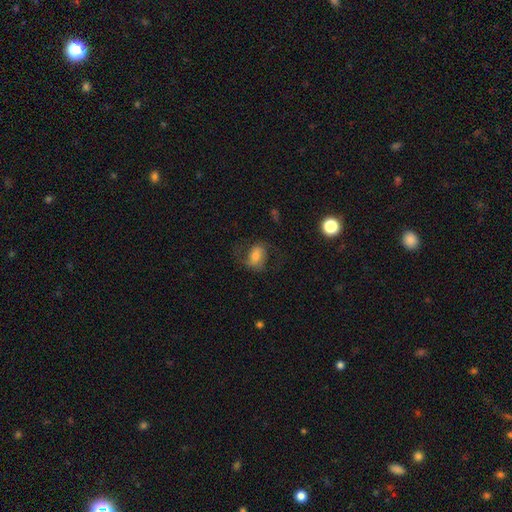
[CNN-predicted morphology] The model was most divided on "smooth or featured": smooth: 54%, featured or disk: 36%, star or artifact: 10%. More confident: how rounded — in between (73%); merging — none (59%).